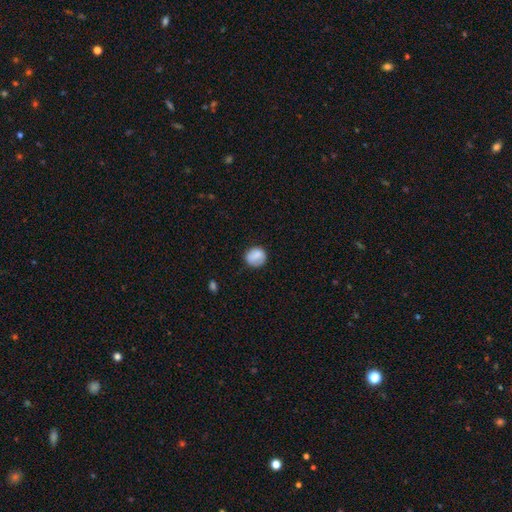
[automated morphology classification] smooth 83%, featured or disk 10%, star or artifact 8%. Down the decision tree: how rounded — round (83%); merging — none (76%).